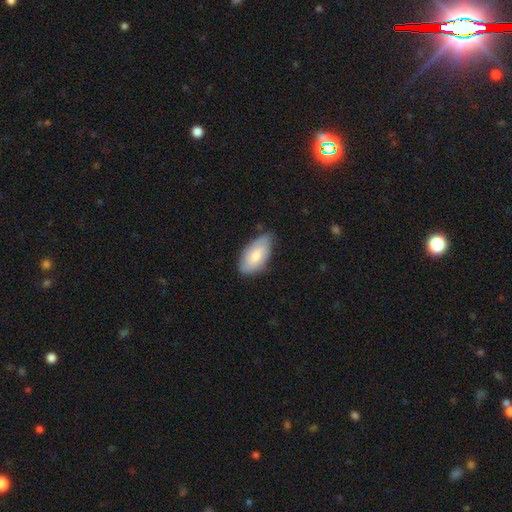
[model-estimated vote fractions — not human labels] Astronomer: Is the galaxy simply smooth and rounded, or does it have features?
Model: smooth — 61%.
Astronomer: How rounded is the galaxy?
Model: in between — 93%.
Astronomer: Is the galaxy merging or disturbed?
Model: none — 66%.